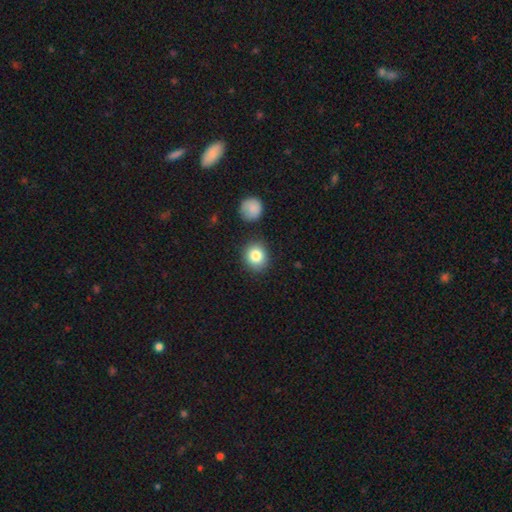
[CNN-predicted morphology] A smooth galaxy with no disk features (84%) that is round (79%).

Vote fractions:
- Smooth or featured? smooth: 84% / star or artifact: 9% / featured or disk: 7%
- How rounded? round: 79% / in between: 21% / cigar-shaped: 1%
- Merging? none: 84% / minor disturbance: 9% / merger: 5% / major disturbance: 3%